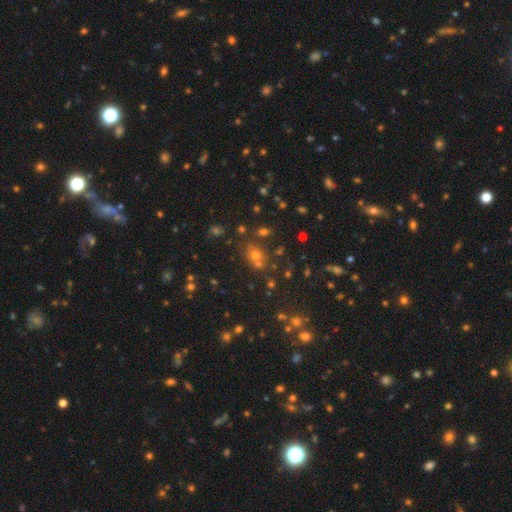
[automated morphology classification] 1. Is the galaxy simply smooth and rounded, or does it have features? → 52% smooth, 37% star or artifact, 11% featured or disk.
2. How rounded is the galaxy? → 68% round, 30% in between, 2% cigar-shaped.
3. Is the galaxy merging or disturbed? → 67% none, 17% merger, 11% minor disturbance, 5% major disturbance.